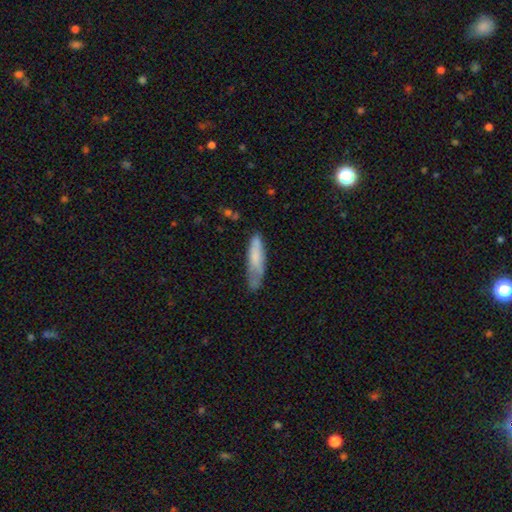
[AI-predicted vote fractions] Smooth or featured? Predicted: smooth (p=0.70). How rounded? Predicted: cigar-shaped (p=0.68). Merging? Predicted: none (p=0.51).